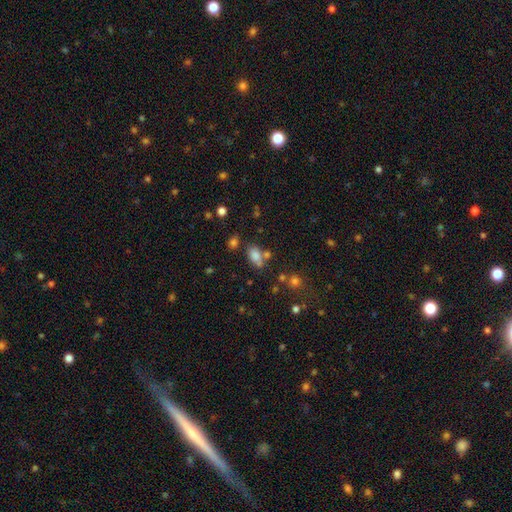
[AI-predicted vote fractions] The model was most divided on "merging": none: 57%, merger: 21%, minor disturbance: 17%, major disturbance: 6%. More confident: how rounded — in between (88%); smooth or featured — smooth (79%).